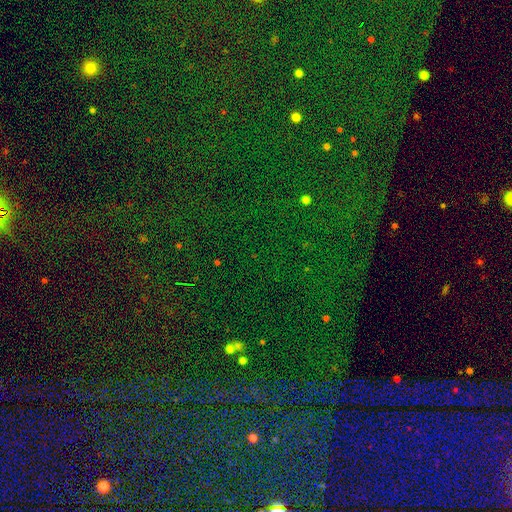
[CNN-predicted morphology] Smooth or featured: star or artifact — 81% (smooth — 10%)